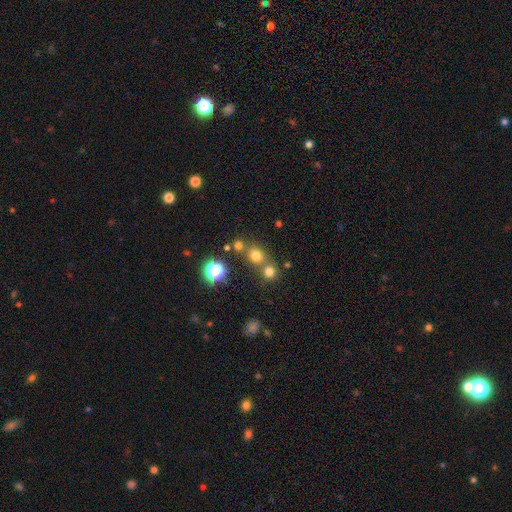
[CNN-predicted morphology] Smooth or featured: smooth — 70% (star or artifact — 23%)
How rounded: round — 77% (in between — 22%)
Merging: none — 62% (merger — 26%)